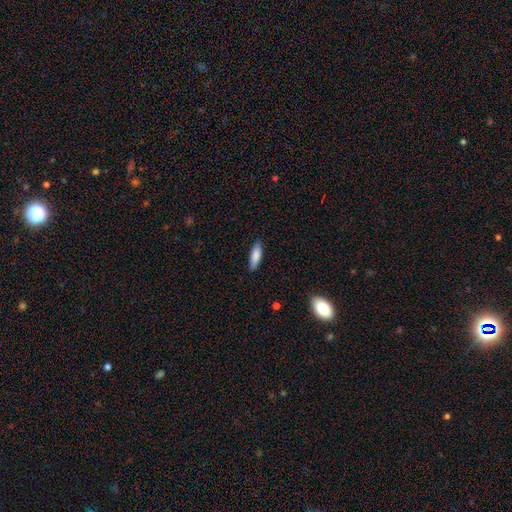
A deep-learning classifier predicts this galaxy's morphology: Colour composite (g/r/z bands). It shows a smooth galaxy with no disk features (86%) that is in between round and cigar-shaped (49%, tied with cigar-shaped). Merging: none (86%).